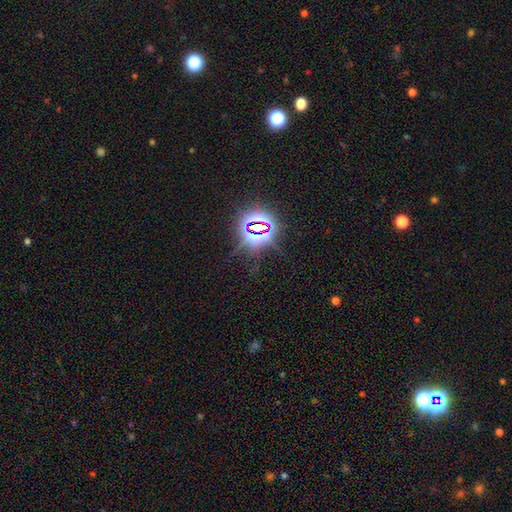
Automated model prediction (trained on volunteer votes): Smooth or featured? Predicted: star or artifact (p=0.81).